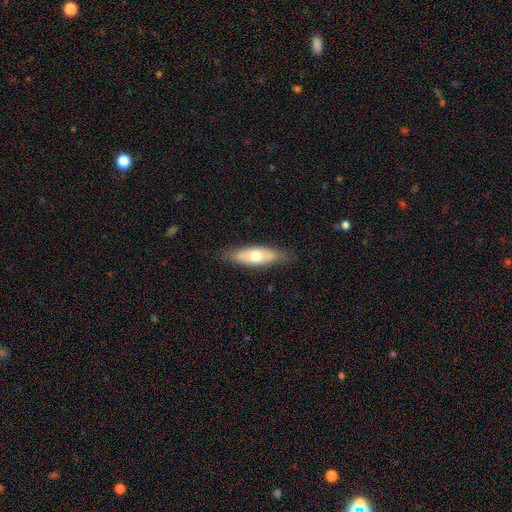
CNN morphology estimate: Q: Smooth or featured?
A: smooth (56%); runner-up: featured or disk (38%)
Q: How rounded?
A: in between (57%); runner-up: cigar-shaped (40%)
Q: Merging?
A: none (82%); runner-up: minor disturbance (14%)